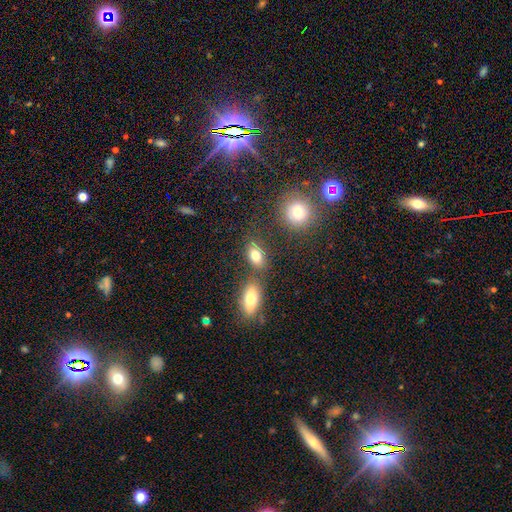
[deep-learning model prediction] A smooth galaxy with no disk features (78%) that is in between round and cigar-shaped (85%).

Vote fractions:
- Smooth or featured? smooth: 78% / star or artifact: 11% / featured or disk: 11%
- How rounded? in between: 85% / round: 12% / cigar-shaped: 3%
- Merging? none: 67% / merger: 17% / minor disturbance: 12% / major disturbance: 4%